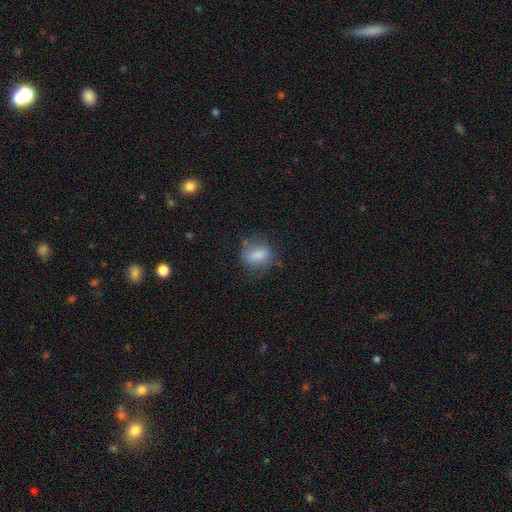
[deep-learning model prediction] Q: Smooth or featured?
A: smooth (75%); runner-up: featured or disk (15%)
Q: How rounded?
A: in between (65%); runner-up: round (28%)
Q: Merging?
A: none (69%); runner-up: minor disturbance (20%)